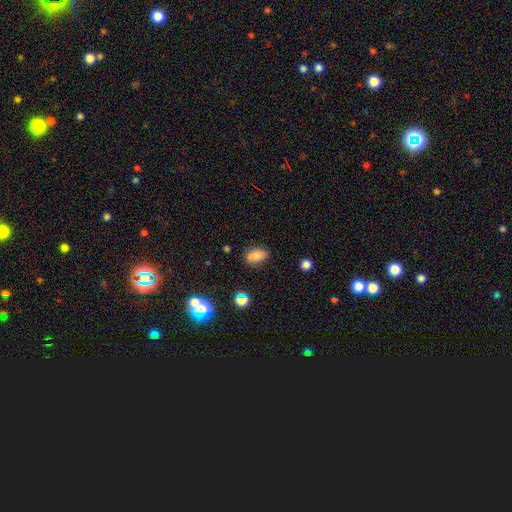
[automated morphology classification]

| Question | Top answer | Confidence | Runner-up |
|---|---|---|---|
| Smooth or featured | smooth | 73% | star or artifact (14%) |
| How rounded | in between | 77% | round (21%) |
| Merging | none | 54% | merger (25%) |